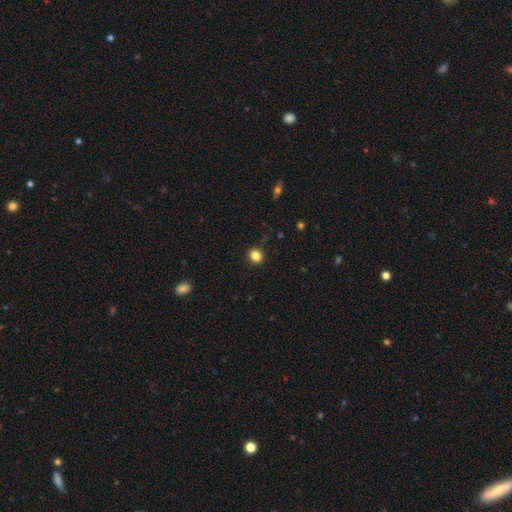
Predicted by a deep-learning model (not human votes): smooth-or-featured: smooth: 84% | star or artifact: 11% | featured or disk: 5%
  how-rounded: round: 67% | in between: 32% | cigar-shaped: 1%
  merging: none: 88% | minor disturbance: 9% | major disturbance: 2% | merger: 1%